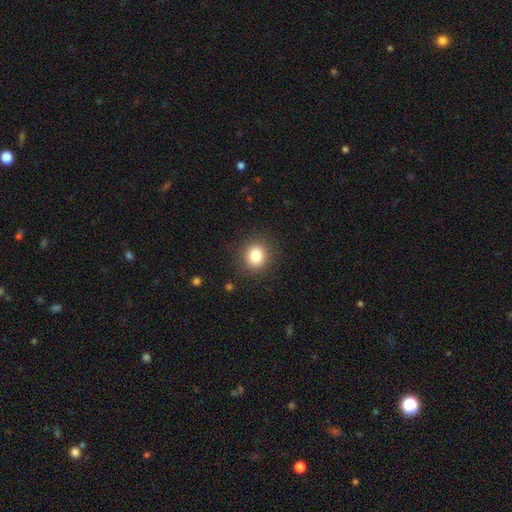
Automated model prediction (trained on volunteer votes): smooth_or_featured: smooth (p=0.83) [alt: star or artifact p=0.11]
how_rounded: round (p=0.82) [alt: in between p=0.18]
merging: none (p=0.89) [alt: minor disturbance p=0.08]